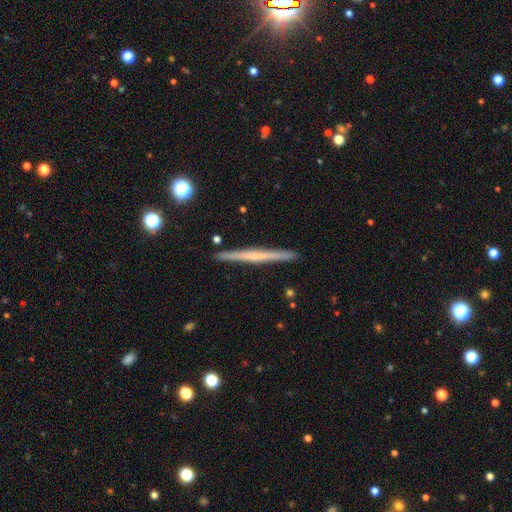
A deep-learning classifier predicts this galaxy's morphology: featured or disk 58%, smooth 36%, star or artifact 6%. Down the decision tree: edge-on disk — yes (98%); edge-on bulge — none (75%); merging — none (92%).